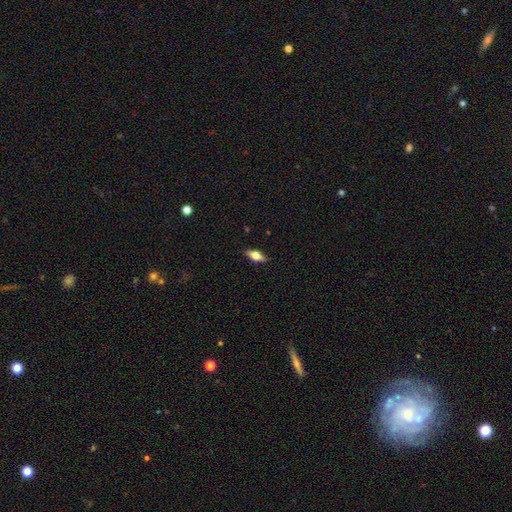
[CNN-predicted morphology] A smooth galaxy with no disk features (56%) that is in between round and cigar-shaped (75%).

Vote fractions:
- Smooth or featured? smooth: 56% / featured or disk: 36% / star or artifact: 7%
- How rounded? in between: 75% / cigar-shaped: 21% / round: 4%
- Merging? none: 89% / minor disturbance: 8% / major disturbance: 2% / merger: 1%